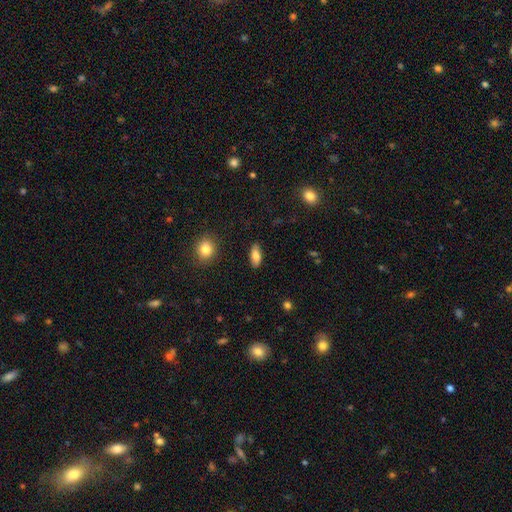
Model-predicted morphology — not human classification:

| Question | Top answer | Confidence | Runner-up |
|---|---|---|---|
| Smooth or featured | smooth | 80% | featured or disk (13%) |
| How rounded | in between | 82% | cigar-shaped (15%) |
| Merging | none | 87% | minor disturbance (9%) |